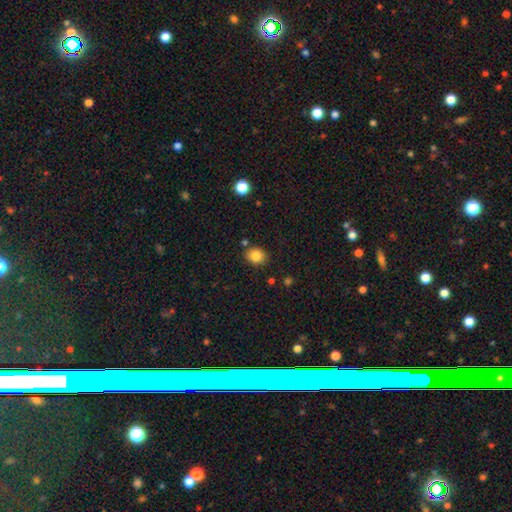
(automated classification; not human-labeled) A smooth galaxy with no disk features (83%) that is round (57%).

Vote fractions:
- Smooth or featured? smooth: 83% / star or artifact: 10% / featured or disk: 6%
- How rounded? round: 57% / in between: 42% / cigar-shaped: 1%
- Merging? none: 81% / minor disturbance: 11% / merger: 5% / major disturbance: 3%